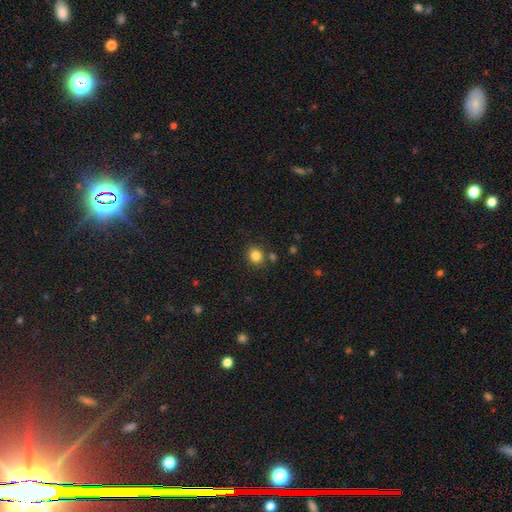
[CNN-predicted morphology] Q: Smooth or featured?
A: smooth (84%); runner-up: star or artifact (11%)
Q: How rounded?
A: round (72%); runner-up: in between (27%)
Q: Merging?
A: none (79%); runner-up: minor disturbance (10%)